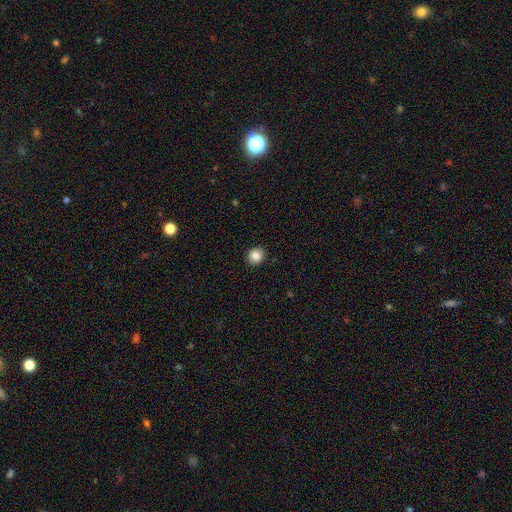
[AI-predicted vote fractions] smooth 86%, star or artifact 10%, featured or disk 5%. Down the decision tree: how rounded — round (78%); merging — none (91%).